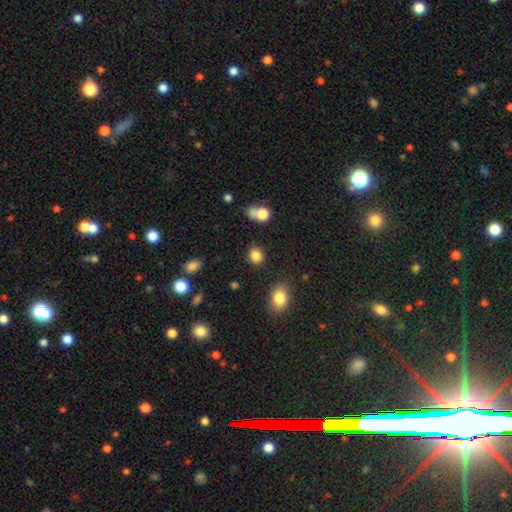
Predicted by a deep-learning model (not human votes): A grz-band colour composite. It shows a smooth galaxy with no disk features (84%) that is round (80%). Merging: none (85%).